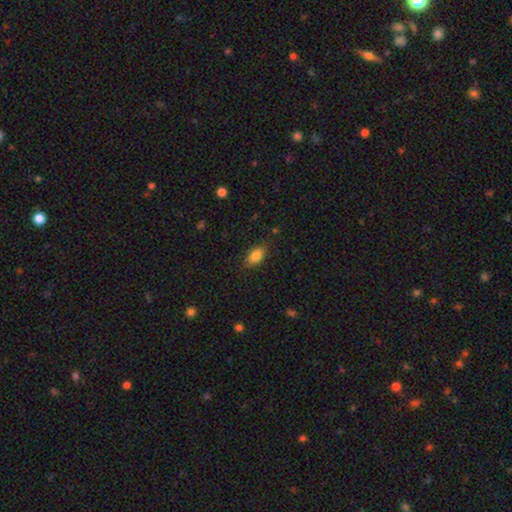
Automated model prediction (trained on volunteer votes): smooth_or_featured: smooth (p=0.83) [alt: featured or disk p=0.09]
how_rounded: in between (p=0.88) [alt: round p=0.08]
merging: none (p=0.84) [alt: minor disturbance p=0.12]